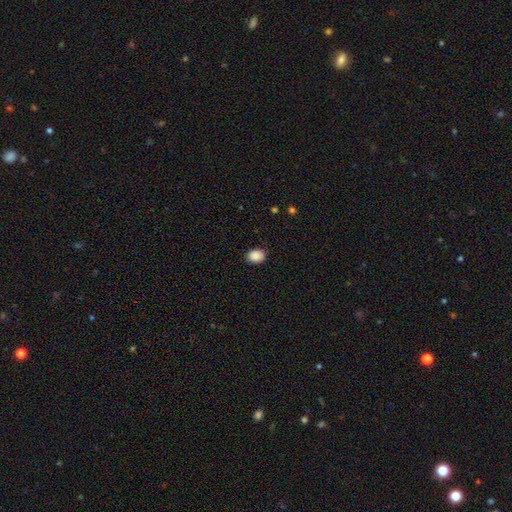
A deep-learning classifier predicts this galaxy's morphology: Overall: smooth (89%). How rounded: in between (65%; round 35%). Merging: none (86%).